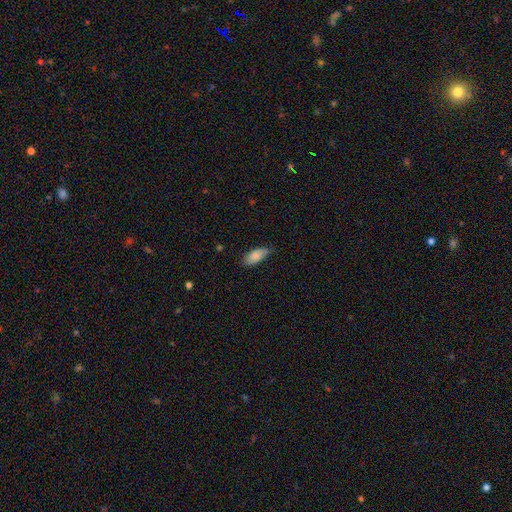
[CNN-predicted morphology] The model was most divided on "merging": none: 71%, minor disturbance: 24%, major disturbance: 4%, merger: 1%. More confident: how rounded — in between (88%); smooth or featured — smooth (85%).